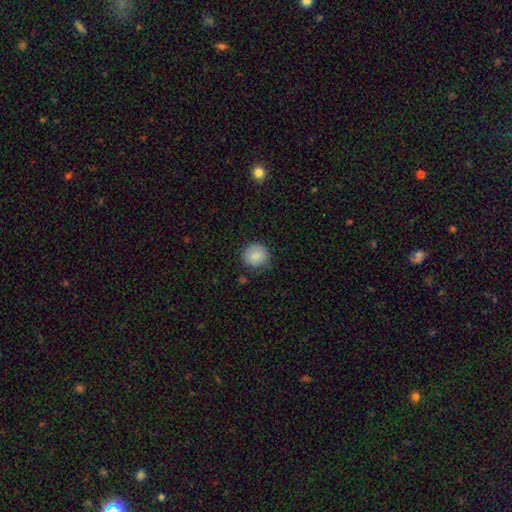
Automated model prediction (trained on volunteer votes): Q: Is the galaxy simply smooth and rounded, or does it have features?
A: smooth — 88%.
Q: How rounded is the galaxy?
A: round — 90%.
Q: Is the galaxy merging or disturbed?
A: none — 86%.